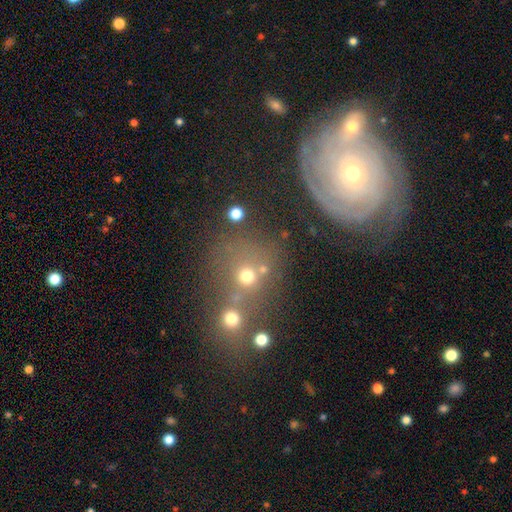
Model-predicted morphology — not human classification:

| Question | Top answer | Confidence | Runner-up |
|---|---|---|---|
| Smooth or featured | featured or disk | 55% | star or artifact (23%) |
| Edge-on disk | no | 93% | yes (7%) |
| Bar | no | 76% | weak (17%) |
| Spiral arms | yes | 86% | no (14%) |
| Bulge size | small | 63% | moderate (30%) |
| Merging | none | 59% | merger (21%) |